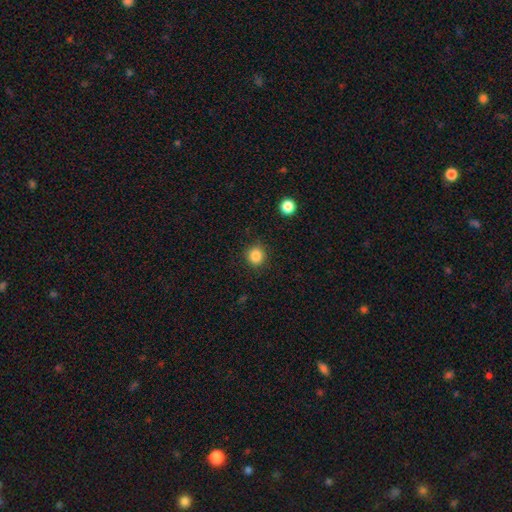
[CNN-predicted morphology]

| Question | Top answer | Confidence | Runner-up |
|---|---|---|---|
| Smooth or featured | smooth | 85% | star or artifact (11%) |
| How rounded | round | 89% | in between (10%) |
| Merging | none | 89% | minor disturbance (7%) |